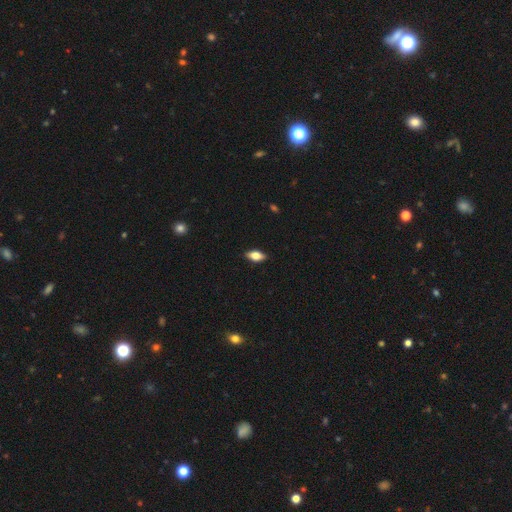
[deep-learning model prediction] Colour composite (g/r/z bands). It shows a smooth galaxy with no disk features (72%) that is in between round and cigar-shaped (86%). Merging: none (88%).